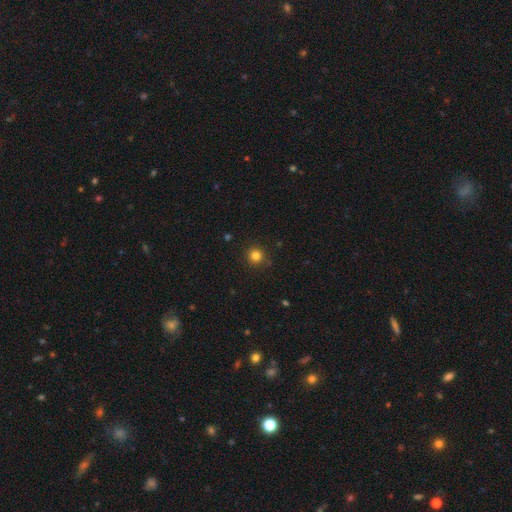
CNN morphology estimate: A smooth galaxy with no disk features (82%) that is round (95%).

Vote fractions:
- Smooth or featured? smooth: 82% / star or artifact: 13% / featured or disk: 5%
- How rounded? round: 95% / in between: 4% / cigar-shaped: 1%
- Merging? none: 90% / minor disturbance: 7% / major disturbance: 2% / merger: 1%